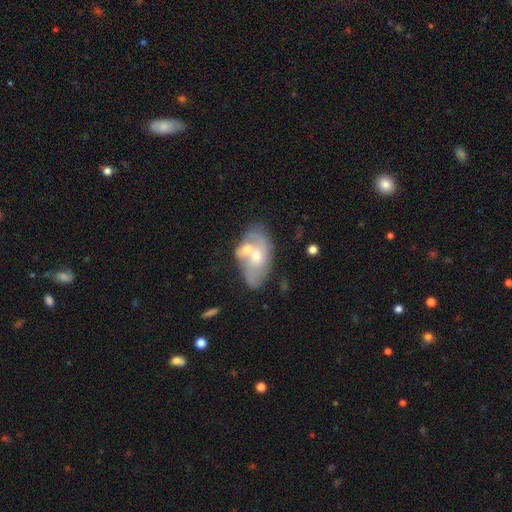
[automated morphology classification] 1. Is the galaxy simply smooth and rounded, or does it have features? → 65% featured or disk, 28% smooth, 7% star or artifact.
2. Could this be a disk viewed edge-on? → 94% no, 6% yes.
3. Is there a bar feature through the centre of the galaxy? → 71% no, 24% weak, 5% strong.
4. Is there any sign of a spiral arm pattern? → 65% yes, 35% no.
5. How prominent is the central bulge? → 55% moderate, 38% small, 3% large, 2% none, 1% dominant.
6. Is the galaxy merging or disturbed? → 39% merger, 37% none, 16% minor disturbance, 8% major disturbance.